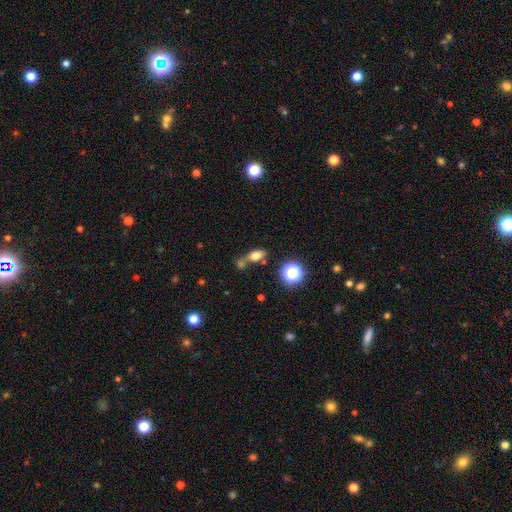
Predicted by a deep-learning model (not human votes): This appears to be a smooth galaxy with no disk features (71%) that is in between round and cigar-shaped (75%). Merging: none (50%).